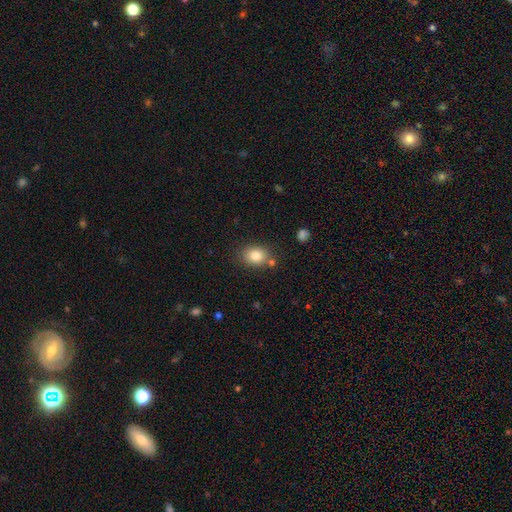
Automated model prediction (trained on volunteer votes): smooth_or_featured: smooth (p=0.83) [alt: star or artifact p=0.09]
how_rounded: in between (p=0.56) [alt: round p=0.43]
merging: none (p=0.76) [alt: minor disturbance p=0.12]